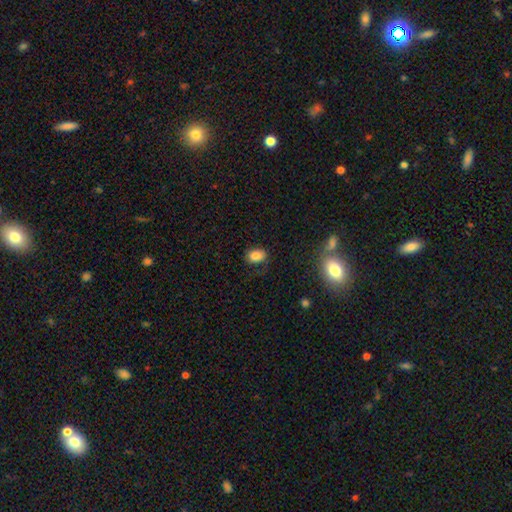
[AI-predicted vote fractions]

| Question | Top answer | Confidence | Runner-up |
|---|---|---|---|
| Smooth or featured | smooth | 82% | star or artifact (10%) |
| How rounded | in between | 76% | round (23%) |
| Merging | none | 70% | minor disturbance (19%) |